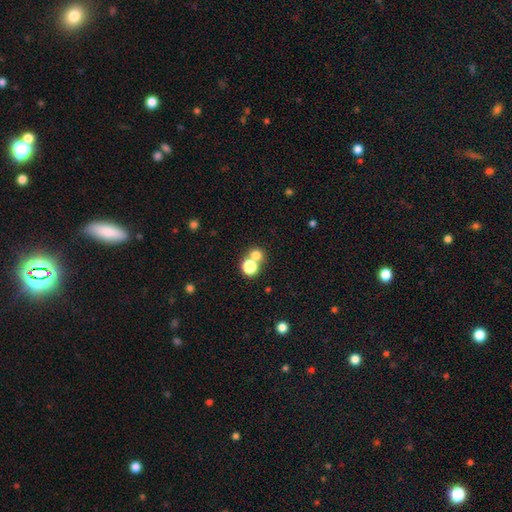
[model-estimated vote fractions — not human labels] A smooth galaxy with no disk features (74%) that is round (85%). Merging: none (52%).